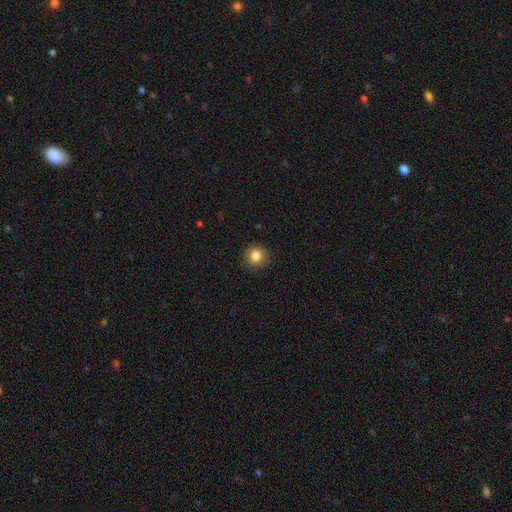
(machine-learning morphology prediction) Overall: smooth (84%). How rounded: round (91%). Merging: none (90%).